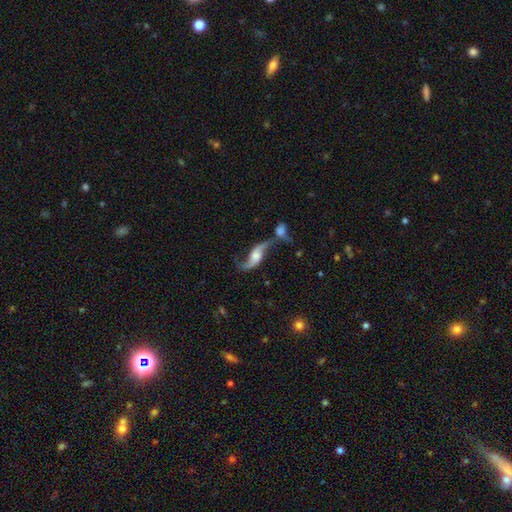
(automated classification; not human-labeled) A featured or disk galaxy (84%) with no bar (55%), 2 (92%) loose (90%) spiral arms (94%) and a moderate central bulge (41%).

Vote fractions:
- Smooth or featured? featured or disk: 84% / smooth: 10% / star or artifact: 6%
- Edge-on disk? no: 89% / yes: 11%
- Bar? no: 55% / weak: 33% / strong: 12%
- Spiral arms? yes: 94% / no: 6%
- Spiral winding? loose: 90% / medium: 7% / tight: 2%
- Spiral arm count? 2: 92% / 1: 3% / can't tell: 2% / 3: 1% / 4: 1% / more than 4: 1%
- Bulge size? moderate: 41% / large: 24% / small: 20% / none: 11% / dominant: 4%
- Merging? none: 39% / merger: 38% / minor disturbance: 12% / major disturbance: 11%